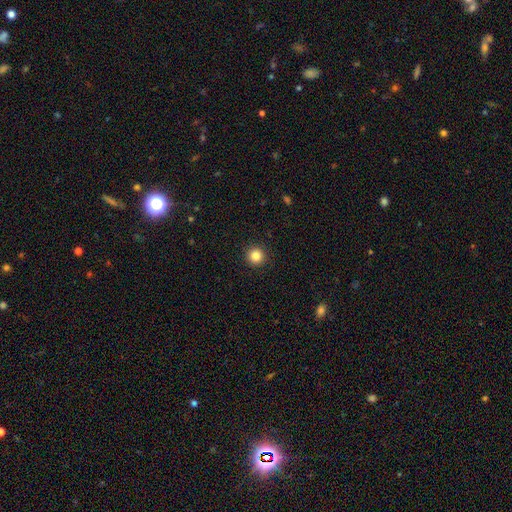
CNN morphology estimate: The model was most divided on "smooth or featured": smooth: 84%, star or artifact: 11%, featured or disk: 4%. More confident: how rounded — round (96%); merging — none (94%).